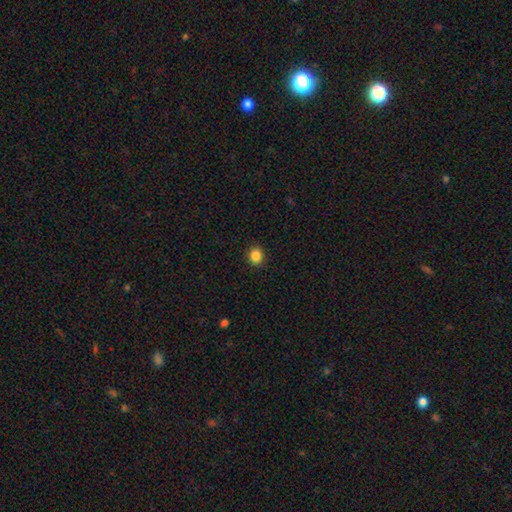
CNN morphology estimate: type=smooth (85%); roundness=round (77%); merging=none (91%).